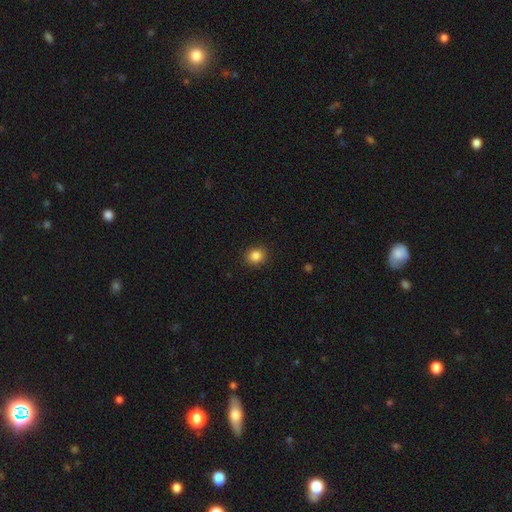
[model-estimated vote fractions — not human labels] smooth_or_featured: smooth (p=0.85) [alt: star or artifact p=0.11]
how_rounded: round (p=0.78) [alt: in between p=0.21]
merging: none (p=0.90) [alt: minor disturbance p=0.07]